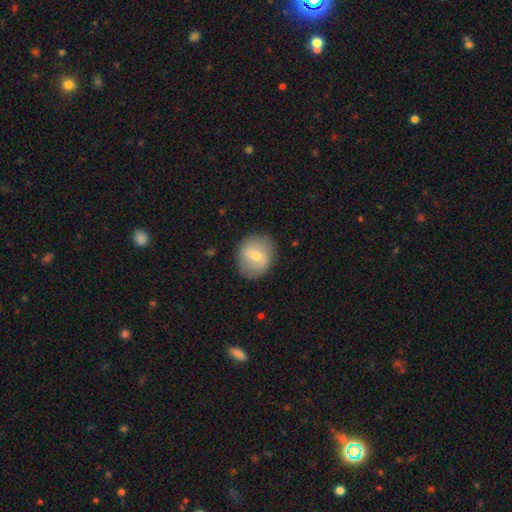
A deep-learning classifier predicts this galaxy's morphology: Smooth or featured? smooth (59%)
How rounded? round (74%)
Merging? none (86%)